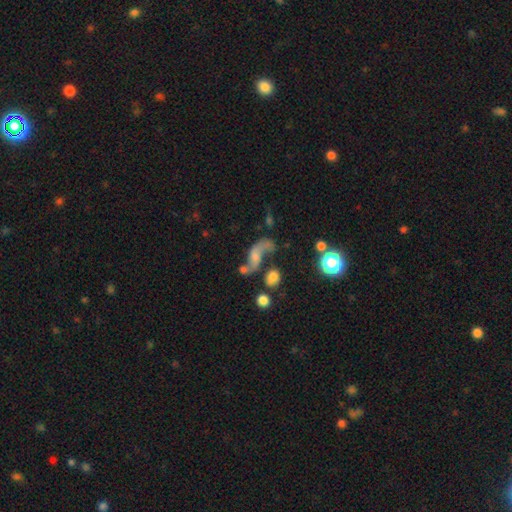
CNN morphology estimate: Smooth or featured? featured or disk (61%)
Edge-on disk? no (94%)
Bar? no (62%)
Spiral arms? yes (80%)
Bulge size? small (37%)
Merging? none (31%)